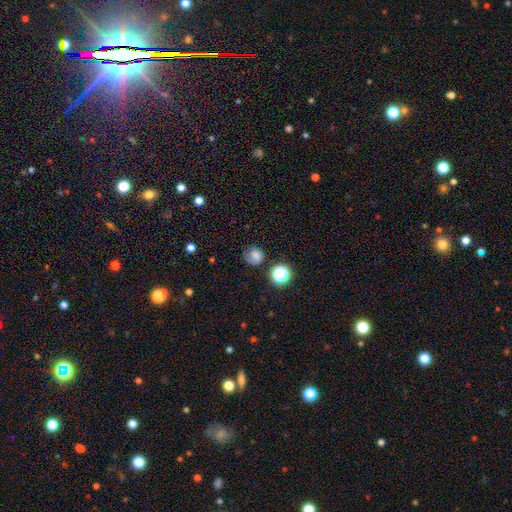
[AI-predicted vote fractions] Smooth or featured: smooth — 75% (star or artifact — 16%)
How rounded: round — 83% (in between — 16%)
Merging: none — 65% (minor disturbance — 22%)